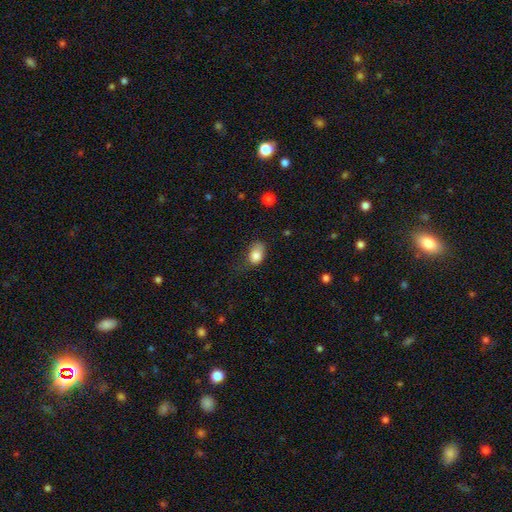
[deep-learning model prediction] Smooth or featured?
  - smooth: 83% *
  - star or artifact: 9%
  - featured or disk: 9%
How rounded?
  - in between: 80% *
  - round: 19%
  - cigar-shaped: 1%
Merging?
  - none: 41% *
  - minor disturbance: 37%
  - major disturbance: 19%
  - merger: 2%